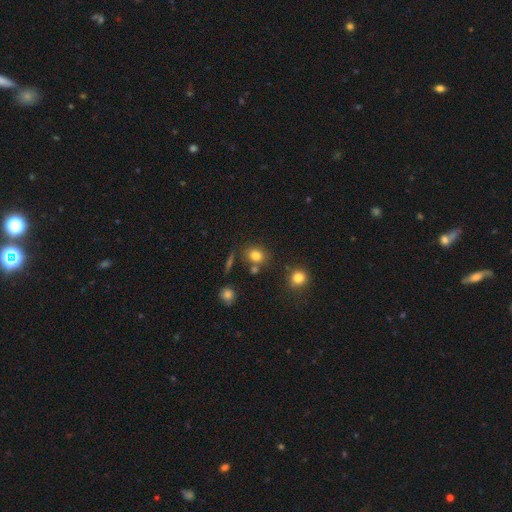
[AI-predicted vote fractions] Overall: smooth (80%). How rounded: round (56%; in between 43%). Merging: none (72%).